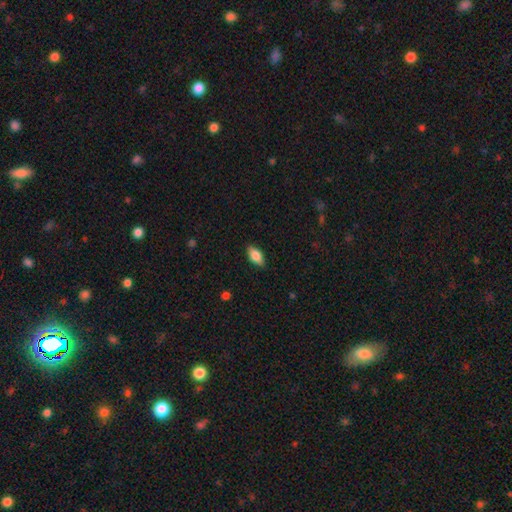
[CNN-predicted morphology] This is likely a smooth galaxy (78%). How rounded: clearly in between (87%). Merging: clearly none (86%).